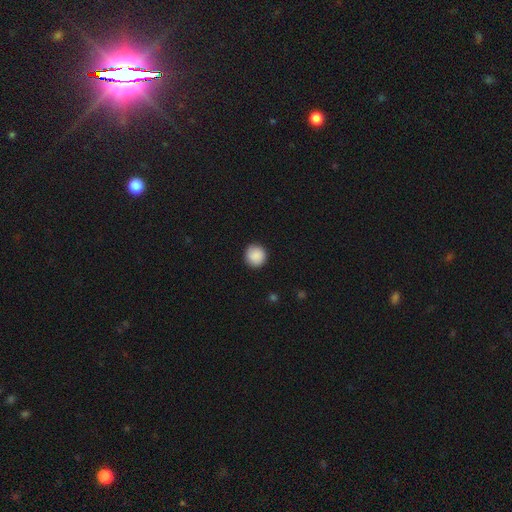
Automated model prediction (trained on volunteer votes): Smooth or featured: smooth — 89% (star or artifact — 8%)
How rounded: round — 94% (in between — 5%)
Merging: none — 91% (minor disturbance — 6%)